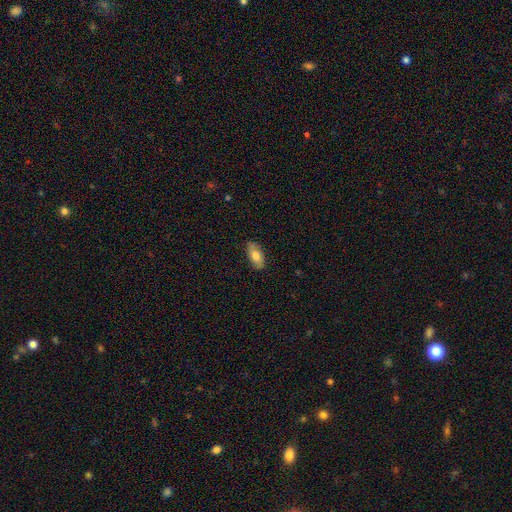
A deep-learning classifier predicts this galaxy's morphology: smooth 72%, featured or disk 22%, star or artifact 6%. Down the decision tree: how rounded — in between (91%); merging — none (85%).